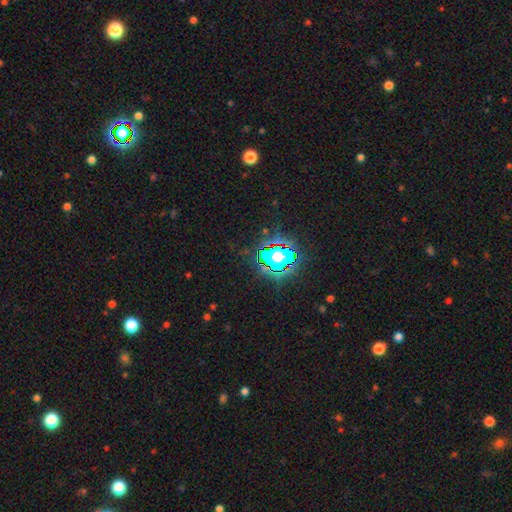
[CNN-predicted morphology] A star or artifact, not a galaxy (83%).

Vote fractions:
- Smooth or featured? star or artifact: 83% / smooth: 10% / featured or disk: 7%